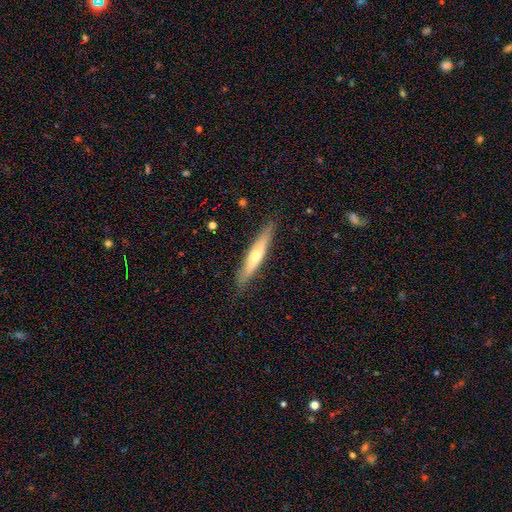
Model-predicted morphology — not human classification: Q: Smooth or featured?
A: featured or disk (49%); runner-up: smooth (45%)
Q: Merging?
A: none (87%); runner-up: minor disturbance (10%)